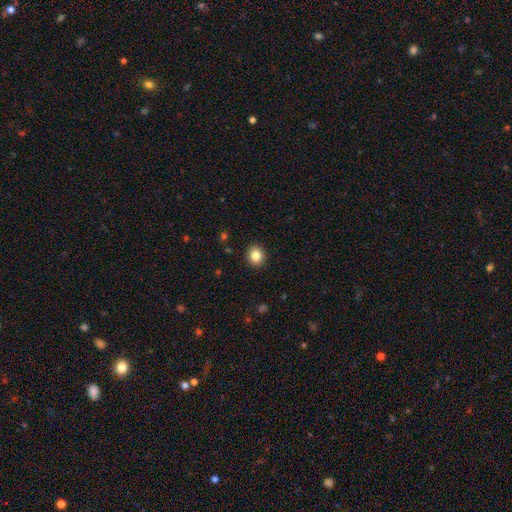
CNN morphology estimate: Q: Smooth or featured?
A: smooth (83%); runner-up: star or artifact (10%)
Q: How rounded?
A: round (73%); runner-up: in between (26%)
Q: Merging?
A: none (91%); runner-up: minor disturbance (6%)